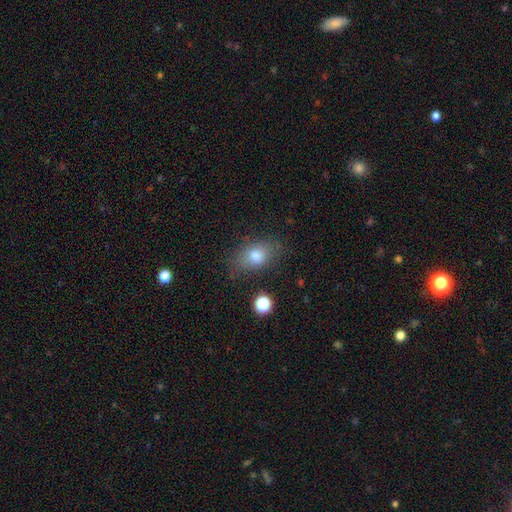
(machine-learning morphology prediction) smooth-or-featured: smooth: 78% | featured or disk: 12% | star or artifact: 10%
  how-rounded: in between: 78% | round: 19% | cigar-shaped: 3%
  merging: none: 72% | minor disturbance: 19% | major disturbance: 7% | merger: 2%